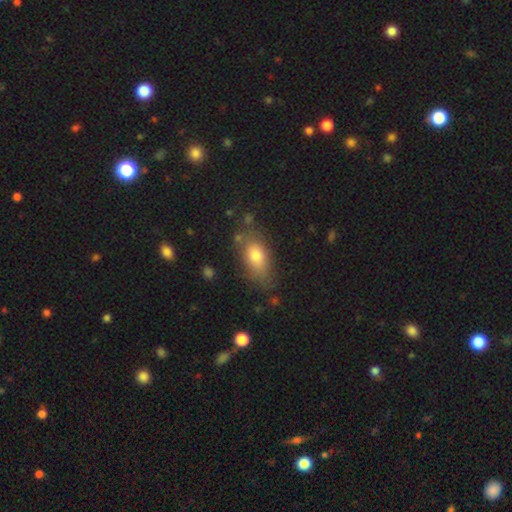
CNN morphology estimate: Smooth or featured?
  - smooth: 77% *
  - featured or disk: 14%
  - star or artifact: 9%
How rounded?
  - in between: 84% *
  - round: 10%
  - cigar-shaped: 6%
Merging?
  - none: 70% *
  - minor disturbance: 20%
  - major disturbance: 7%
  - merger: 4%